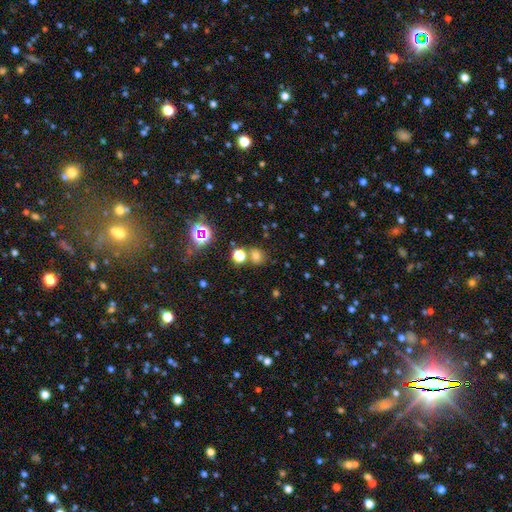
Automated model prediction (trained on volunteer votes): Q: Smooth or featured?
A: smooth (64%); runner-up: star or artifact (28%)
Q: How rounded?
A: round (80%); runner-up: in between (19%)
Q: Merging?
A: none (72%); runner-up: merger (15%)